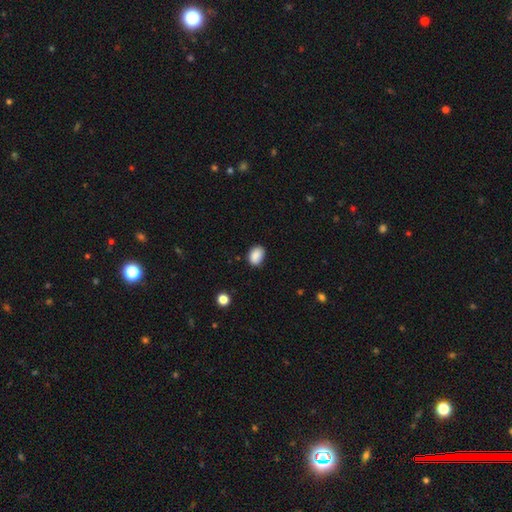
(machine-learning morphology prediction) A smooth galaxy with no disk features (89%) that is in between round and cigar-shaped (77%).

Vote fractions:
- Smooth or featured? smooth: 89% / star or artifact: 8% / featured or disk: 4%
- How rounded? in between: 77% / round: 22% / cigar-shaped: 1%
- Merging? none: 83% / minor disturbance: 13% / major disturbance: 3% / merger: 1%